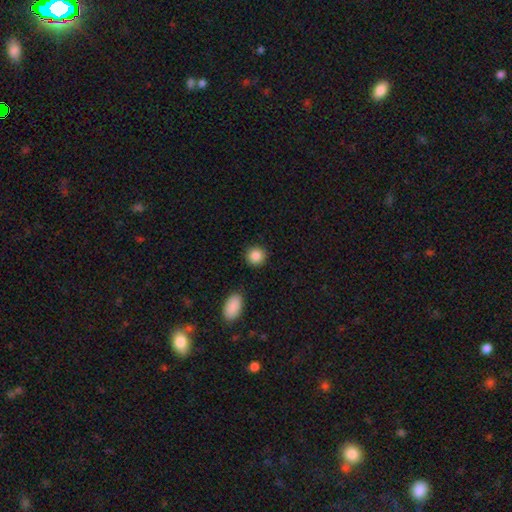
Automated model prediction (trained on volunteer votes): Smooth or featured?
  - smooth: 87% *
  - star or artifact: 8%
  - featured or disk: 4%
How rounded?
  - round: 89% *
  - in between: 10%
  - cigar-shaped: 1%
Merging?
  - none: 89% *
  - minor disturbance: 7%
  - merger: 3%
  - major disturbance: 2%